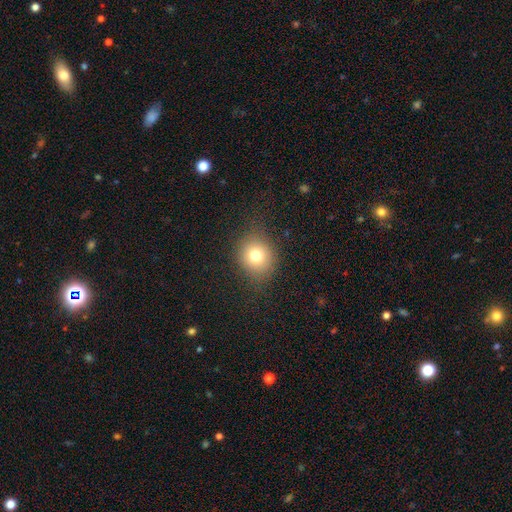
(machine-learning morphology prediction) type=smooth (75%); roundness=round (79%); merging=none (81%).